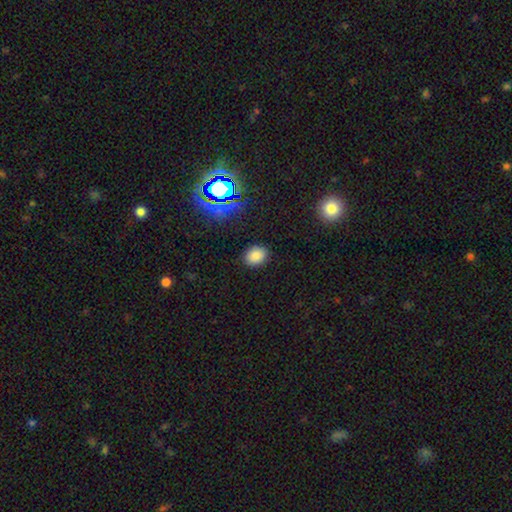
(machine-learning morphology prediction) Overall: smooth (80%). How rounded: in between (56%; round 43%). Merging: none (87%).